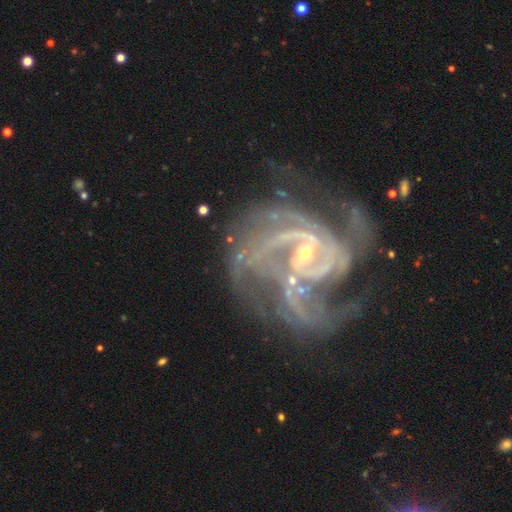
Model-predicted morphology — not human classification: featured or disk 92%, star or artifact 6%, smooth 3%. Down the decision tree: edge-on disk — no (98%); bar — weak (45%); spiral arms — yes (98%); spiral arm count — 2 (30%); spiral winding — medium (48%); bulge size — small (72%); merging — none (40%).